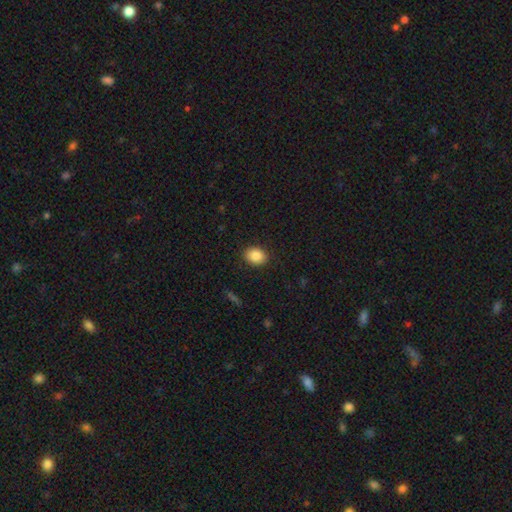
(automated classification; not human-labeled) The model was most divided on "how rounded": in between: 59%, round: 40%, cigar-shaped: 1%. More confident: merging — none (90%); smooth or featured — smooth (87%).